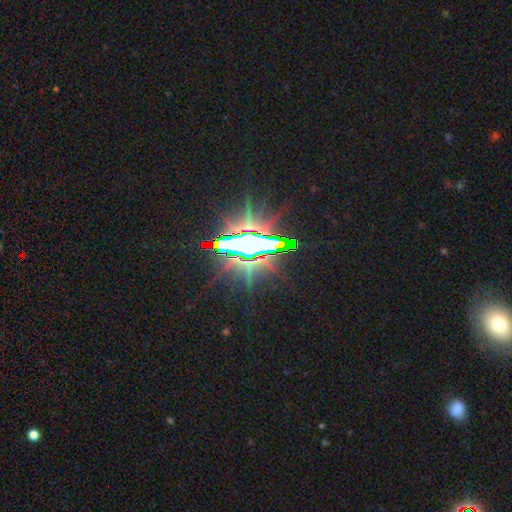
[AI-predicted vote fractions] Overall: star or artifact (74%).